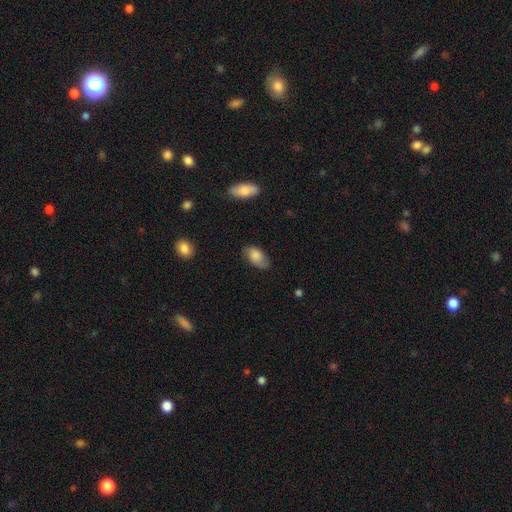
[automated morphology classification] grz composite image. It shows a smooth galaxy with no disk features (72%) that is in between round and cigar-shaped (92%). Merging: none (72%).